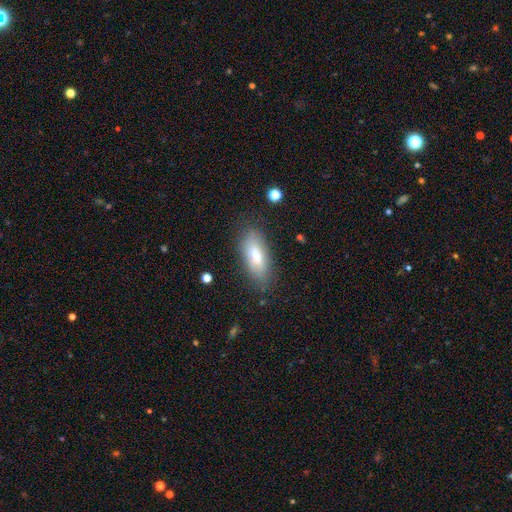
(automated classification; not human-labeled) Morphology: type=smooth (72%); roundness=in between (75%); merging=none (78%).